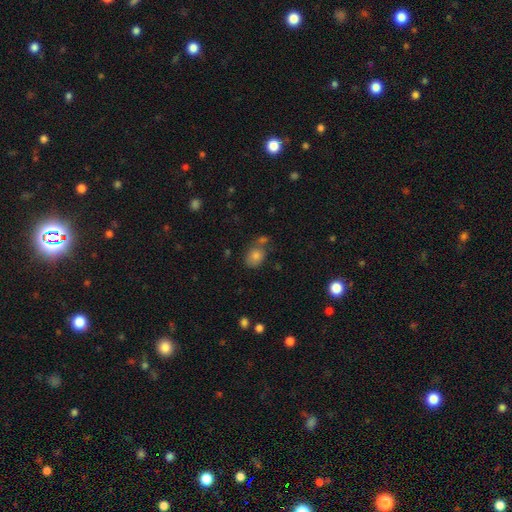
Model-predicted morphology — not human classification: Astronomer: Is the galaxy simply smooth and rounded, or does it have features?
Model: smooth — 79%.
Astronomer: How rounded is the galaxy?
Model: in between — 54% (runner-up: round, 45%).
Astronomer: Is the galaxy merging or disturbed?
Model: none — 59%.